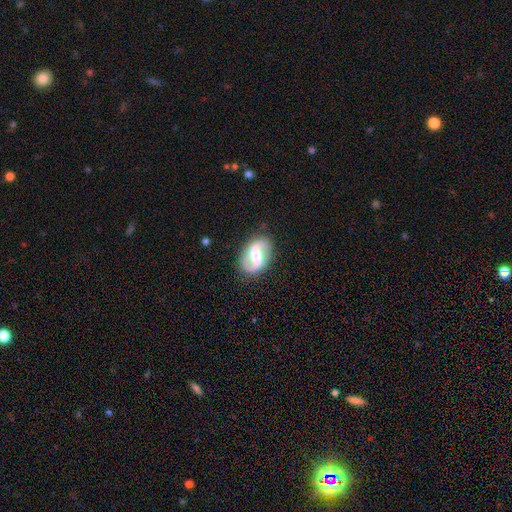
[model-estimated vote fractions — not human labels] The model was most divided on "bar": strong: 42%, weak: 41%, no: 17%. More confident: edge-on disk — no (97%); spiral arm count — 2 (92%); spiral arms — yes (91%); merging — none (85%); smooth or featured — featured or disk (82%); bulge size — moderate (62%); spiral winding — loose (51%).